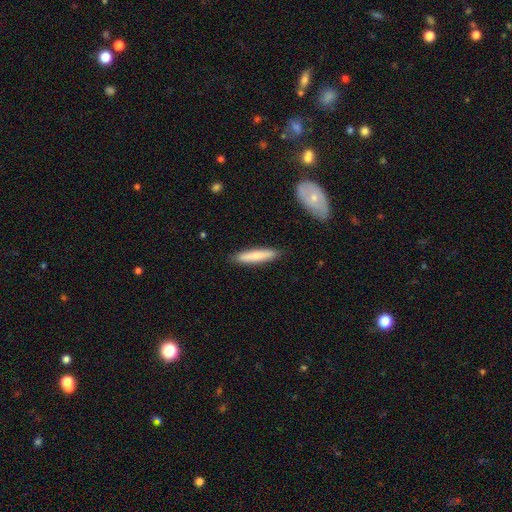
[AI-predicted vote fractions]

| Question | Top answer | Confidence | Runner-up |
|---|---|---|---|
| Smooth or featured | smooth | 78% | featured or disk (17%) |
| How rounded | cigar-shaped | 89% | in between (10%) |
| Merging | none | 89% | minor disturbance (8%) |